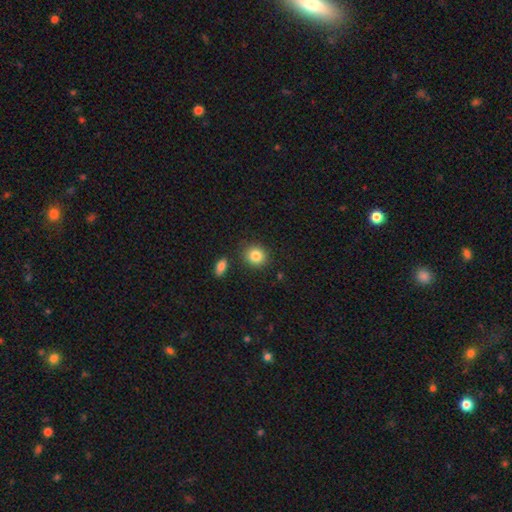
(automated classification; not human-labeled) Smooth or featured? smooth (85%)
How rounded? round (79%)
Merging? none (84%)